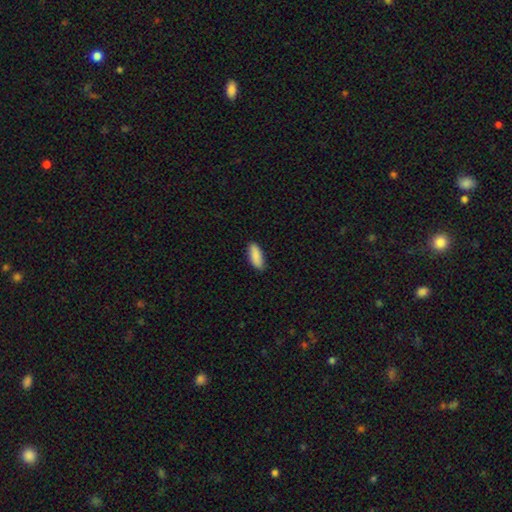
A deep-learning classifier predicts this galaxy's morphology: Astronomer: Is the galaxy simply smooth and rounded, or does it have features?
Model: smooth — 89%.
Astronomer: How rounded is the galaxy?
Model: in between — 71%.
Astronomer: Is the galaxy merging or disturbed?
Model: none — 85%.